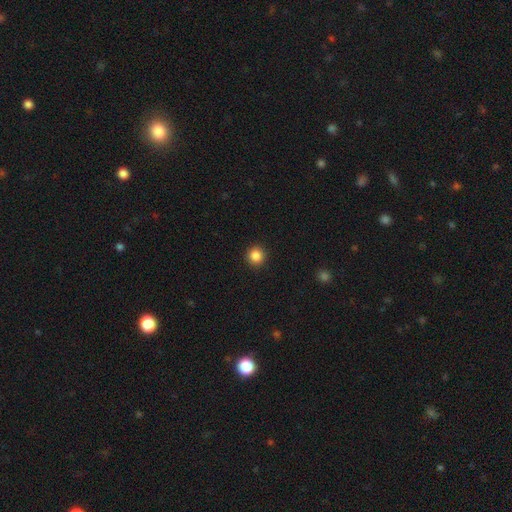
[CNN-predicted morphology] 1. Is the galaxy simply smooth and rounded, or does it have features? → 86% smooth, 10% star or artifact, 3% featured or disk.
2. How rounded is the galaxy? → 95% round, 4% in between, 1% cigar-shaped.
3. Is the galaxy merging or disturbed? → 93% none, 5% minor disturbance, 2% major disturbance, 1% merger.